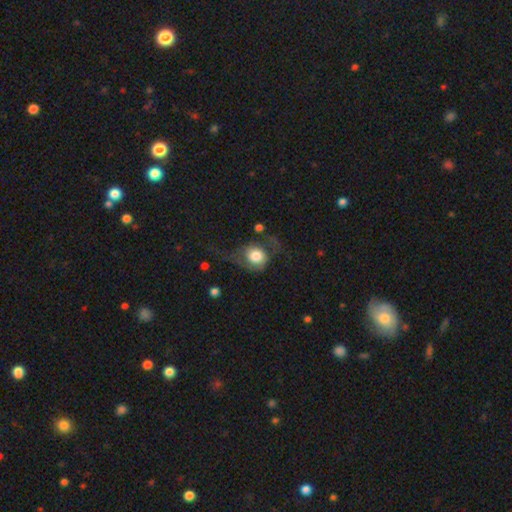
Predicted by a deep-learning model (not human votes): Overall: smooth (61%; featured or disk 32%). How rounded: round (72%). Merging: major disturbance (42%; none 33%).